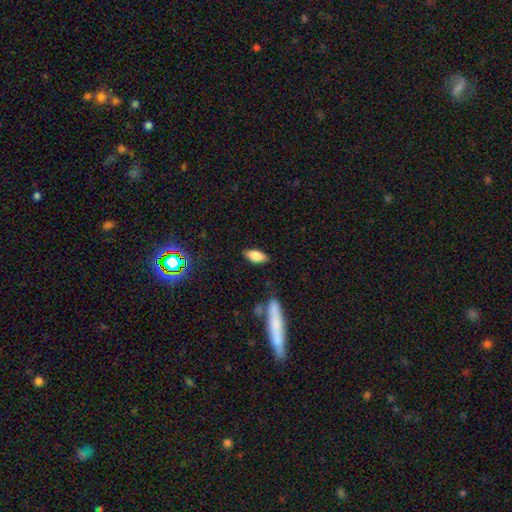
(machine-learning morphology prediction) Smooth or featured? smooth (81%)
How rounded? in between (84%)
Merging? none (83%)